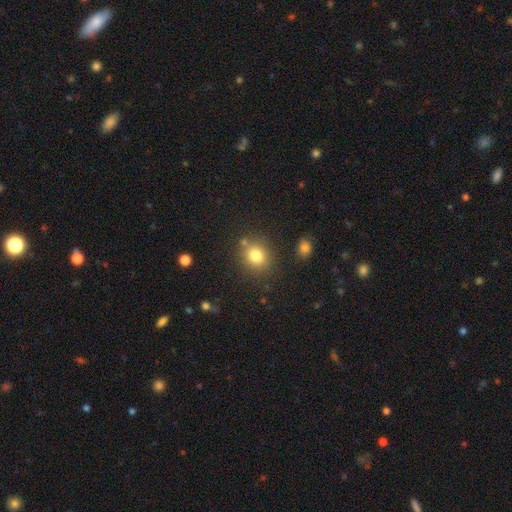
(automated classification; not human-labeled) A smooth galaxy with no disk features (81%) that is round (78%).

Vote fractions:
- Smooth or featured? smooth: 81% / star or artifact: 12% / featured or disk: 7%
- How rounded? round: 78% / in between: 22% / cigar-shaped: 1%
- Merging? none: 79% / minor disturbance: 11% / merger: 7% / major disturbance: 4%